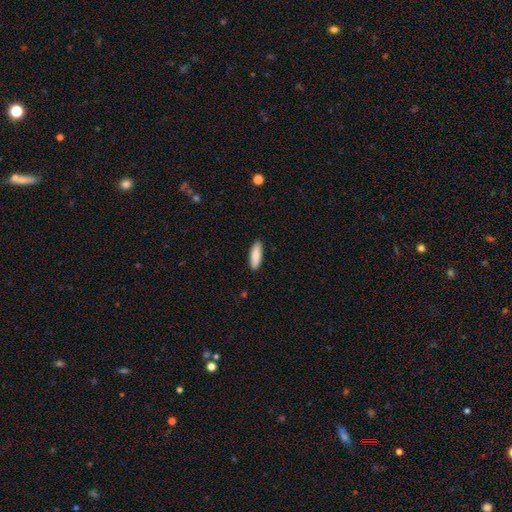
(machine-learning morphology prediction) Q: Smooth or featured?
A: smooth (87%); runner-up: featured or disk (7%)
Q: How rounded?
A: in between (57%); runner-up: cigar-shaped (42%)
Q: Merging?
A: none (89%); runner-up: minor disturbance (8%)